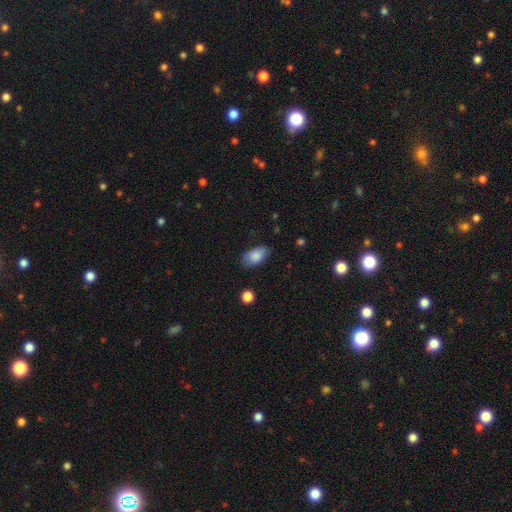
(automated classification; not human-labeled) smooth-or-featured: smooth: 84% | featured or disk: 9% | star or artifact: 7%
  how-rounded: in between: 93% | round: 5% | cigar-shaped: 3%
  merging: none: 73% | minor disturbance: 21% | major disturbance: 4% | merger: 1%